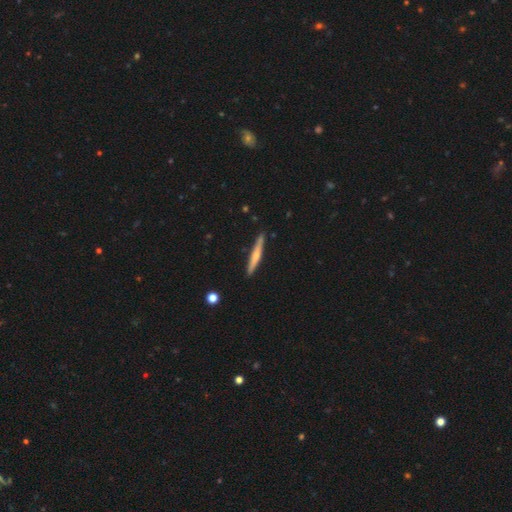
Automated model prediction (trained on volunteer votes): smooth-or-featured: smooth: 51% | featured or disk: 44% | star or artifact: 5%
  how-rounded: cigar-shaped: 95% | in between: 4% | round: 1%
  merging: none: 88% | minor disturbance: 8% | merger: 2% | major disturbance: 1%